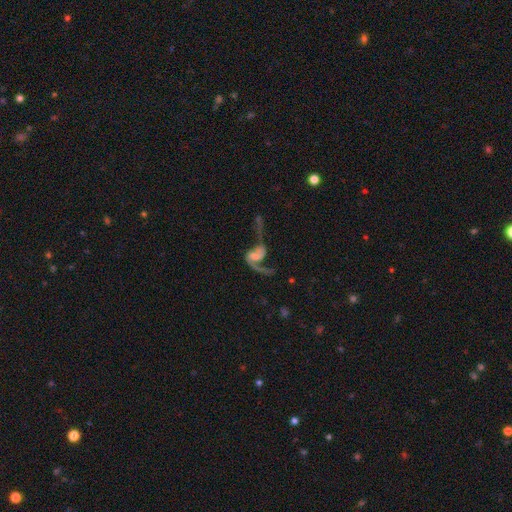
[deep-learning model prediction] The model was most divided on "bulge size": none: 35%, small: 30%, moderate: 24%, large: 9%, dominant: 3%. Remaining: edge-on disk — no (97%); spiral arms — yes (89%); smooth or featured — featured or disk (80%); spiral winding — loose (76%); spiral arm count — 2 (70%); bar — no (44%); merging — major disturbance (41%).